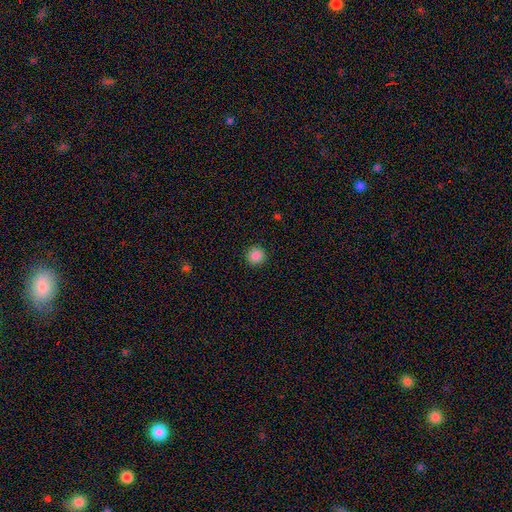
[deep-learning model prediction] smooth_or_featured: smooth (p=0.87) [alt: star or artifact p=0.10]
how_rounded: round (p=0.94) [alt: in between p=0.05]
merging: none (p=0.92) [alt: minor disturbance p=0.05]